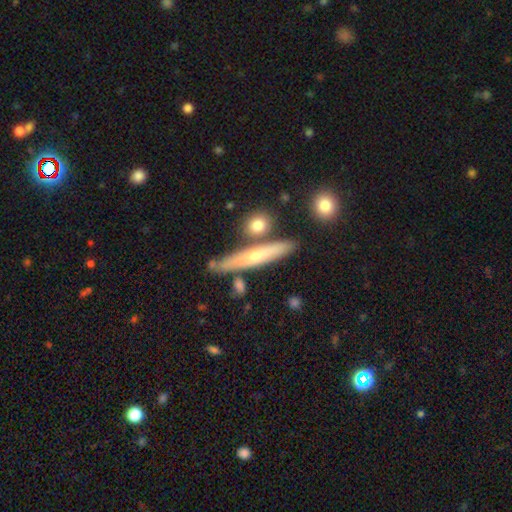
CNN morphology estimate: A featured or disk galaxy (47%). Merging: none (75%).